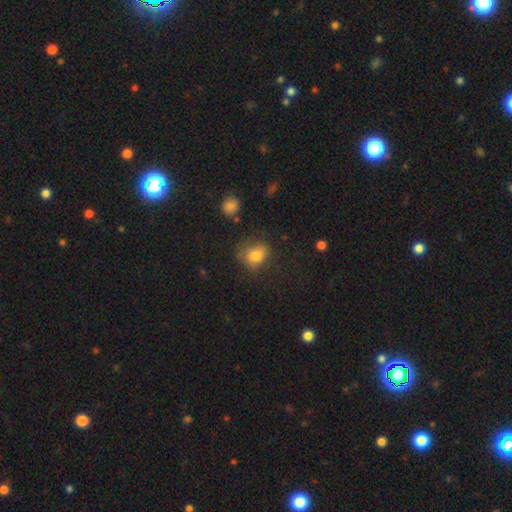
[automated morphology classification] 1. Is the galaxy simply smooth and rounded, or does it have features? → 80% smooth, 11% star or artifact, 9% featured or disk.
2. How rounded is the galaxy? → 51% round, 47% in between, 1% cigar-shaped.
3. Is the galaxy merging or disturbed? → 58% none, 26% minor disturbance, 13% major disturbance, 3% merger.